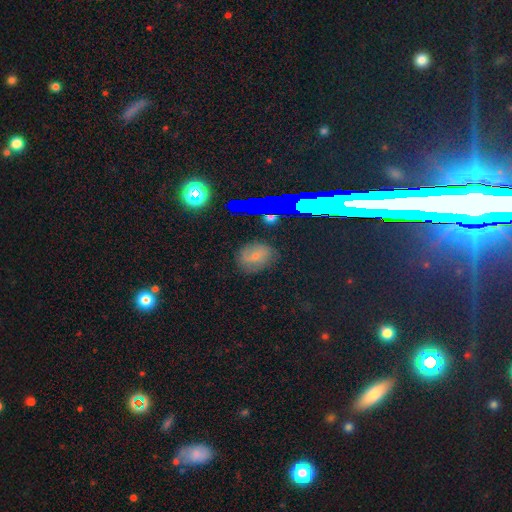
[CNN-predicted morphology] Q: Smooth or featured?
A: smooth (49%); runner-up: featured or disk (27%)
Q: Merging?
A: none (78%); runner-up: minor disturbance (15%)